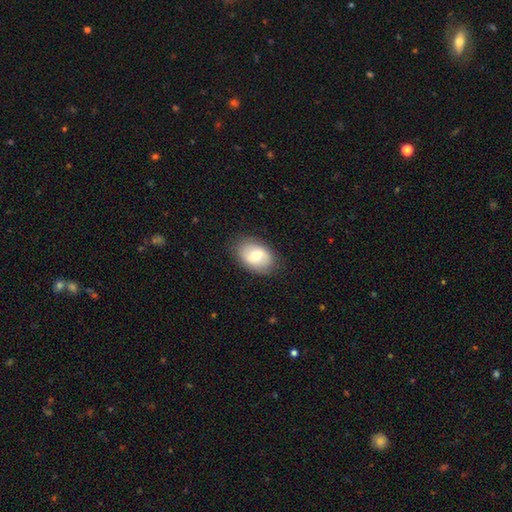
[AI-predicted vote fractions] smooth 69%, featured or disk 25%, star or artifact 7%. Down the decision tree: how rounded — in between (86%); merging — none (83%).